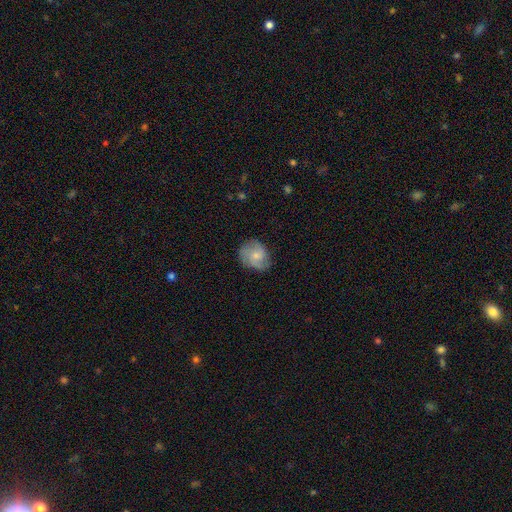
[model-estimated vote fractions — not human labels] Smooth or featured?
  - smooth: 54% *
  - featured or disk: 38%
  - star or artifact: 7%
How rounded?
  - round: 66% *
  - in between: 33%
  - cigar-shaped: 1%
Merging?
  - none: 68% *
  - minor disturbance: 24%
  - major disturbance: 7%
  - merger: 1%